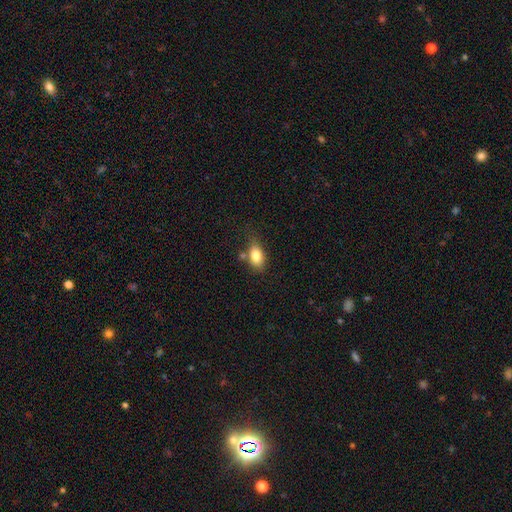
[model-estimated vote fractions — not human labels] Smooth or featured: smooth — 80% (featured or disk — 12%)
How rounded: in between — 82% (round — 14%)
Merging: none — 59% (minor disturbance — 22%)